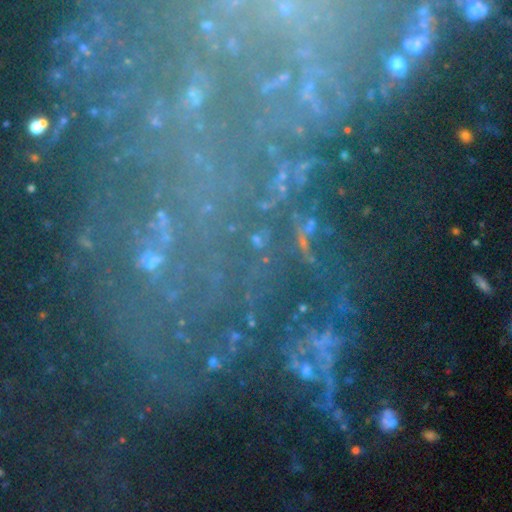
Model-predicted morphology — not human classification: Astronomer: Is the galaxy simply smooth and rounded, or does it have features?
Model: star or artifact — 54% (runner-up: featured or disk, 31%).